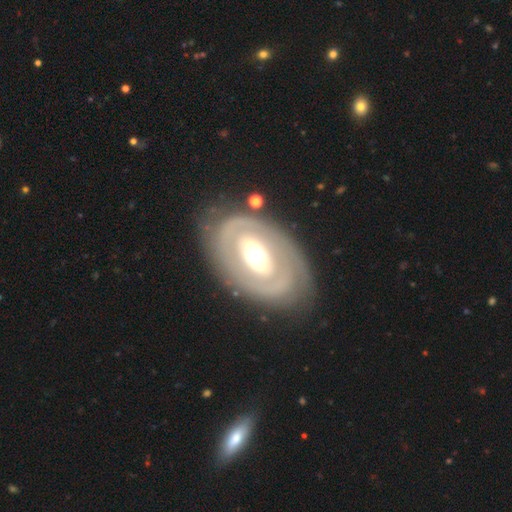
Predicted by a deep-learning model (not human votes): Smooth or featured?
  - featured or disk: 74% *
  - smooth: 21%
  - star or artifact: 5%
Edge-on disk?
  - no: 94% *
  - yes: 6%
Bar?
  - no: 56% *
  - weak: 25%
  - strong: 18%
Spiral arms?
  - no: 53% *
  - yes: 47%
Bulge size?
  - moderate: 59% *
  - large: 29%
  - small: 8%
  - dominant: 3%
  - none: 1%
Merging?
  - none: 77% *
  - minor disturbance: 14%
  - major disturbance: 7%
  - merger: 2%